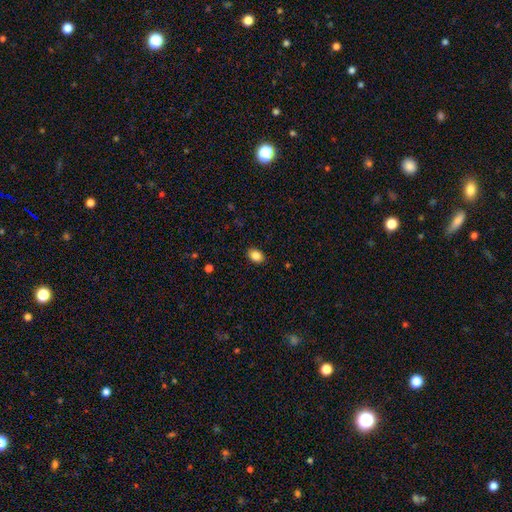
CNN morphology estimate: A smooth galaxy with no disk features (85%) that is in between round and cigar-shaped (68%). Merging: none (88%).